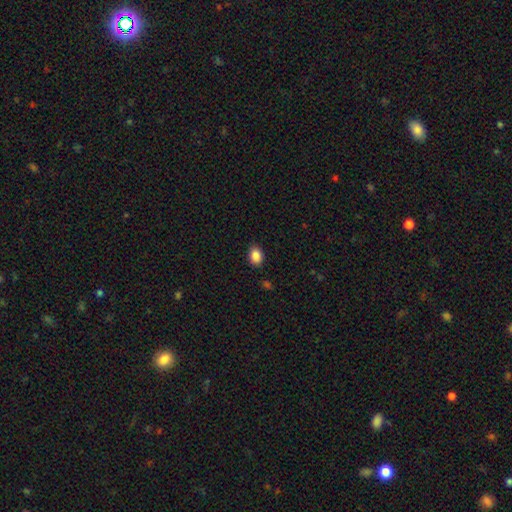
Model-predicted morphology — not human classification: smooth_or_featured: smooth (p=0.88) [alt: star or artifact p=0.09]
how_rounded: in between (p=0.71) [alt: round p=0.28]
merging: none (p=0.87) [alt: minor disturbance p=0.09]